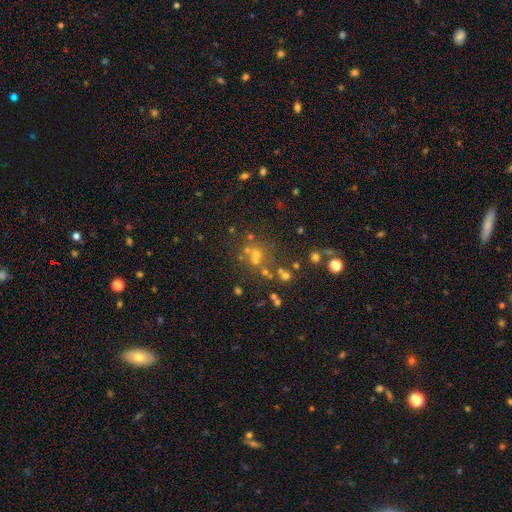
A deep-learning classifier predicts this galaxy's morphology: A star or artifact, not a galaxy (41%).